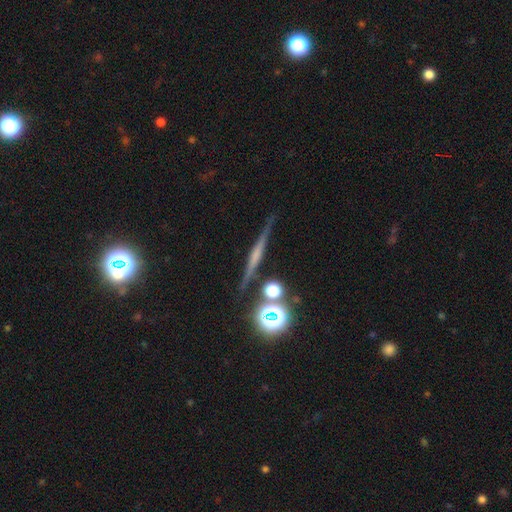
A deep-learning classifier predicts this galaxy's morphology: Smooth or featured?
  - featured or disk: 65% *
  - star or artifact: 19%
  - smooth: 16%
Edge-on disk?
  - yes: 95% *
  - no: 5%
Edge-on bulge?
  - rounded: 62% *
  - none: 27%
  - boxy: 11%
Merging?
  - none: 85% *
  - minor disturbance: 8%
  - merger: 4%
  - major disturbance: 3%